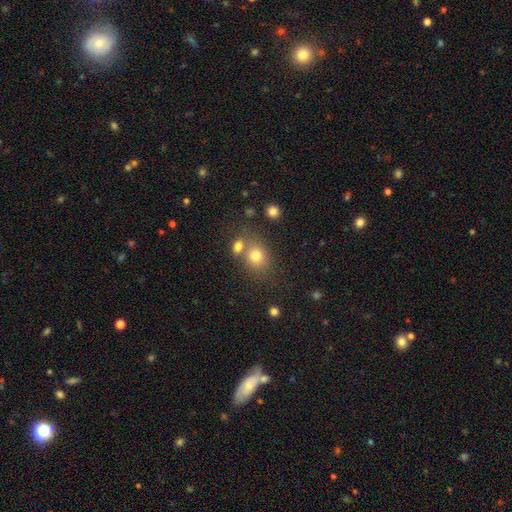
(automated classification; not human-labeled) This appears to be a smooth galaxy with no disk features (76%) that is round (59%). Merging: none (56%).